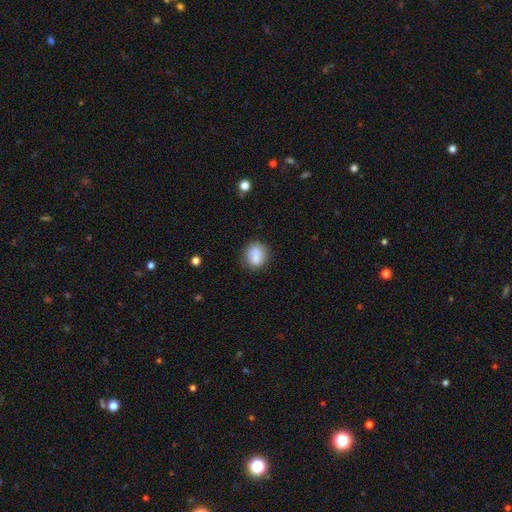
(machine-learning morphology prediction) smooth 83%, featured or disk 9%, star or artifact 8%. Down the decision tree: how rounded — round (68%); merging — none (77%).